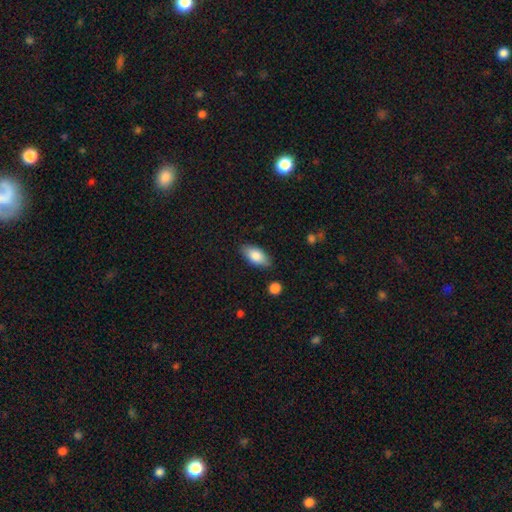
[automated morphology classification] Smooth or featured? smooth (82%)
How rounded? in between (89%)
Merging? none (85%)